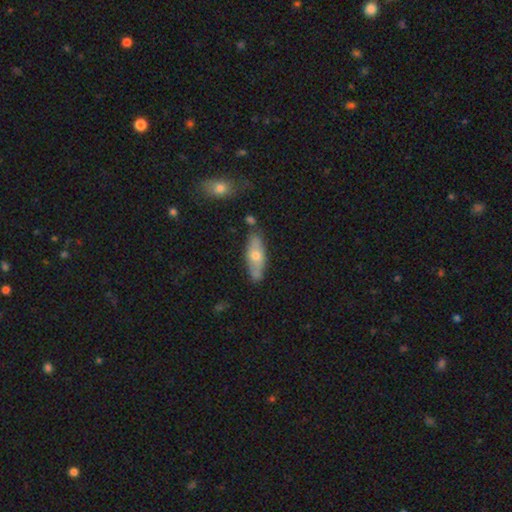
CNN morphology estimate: smooth-or-featured: smooth: 55% | featured or disk: 39% | star or artifact: 6%
  how-rounded: in between: 57% | cigar-shaped: 40% | round: 3%
  merging: none: 74% | minor disturbance: 16% | merger: 6% | major disturbance: 3%